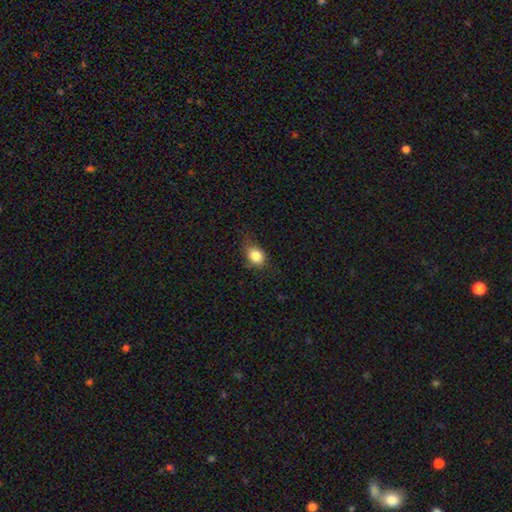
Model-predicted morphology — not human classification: This is clearly a smooth galaxy (82%). How rounded: possibly in between (60%). Merging: likely none (64%).